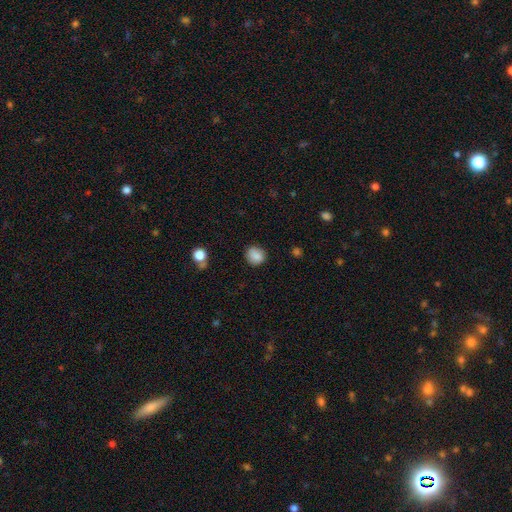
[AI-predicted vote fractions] A smooth galaxy with no disk features (85%) that is round (81%). Merging: none (84%).